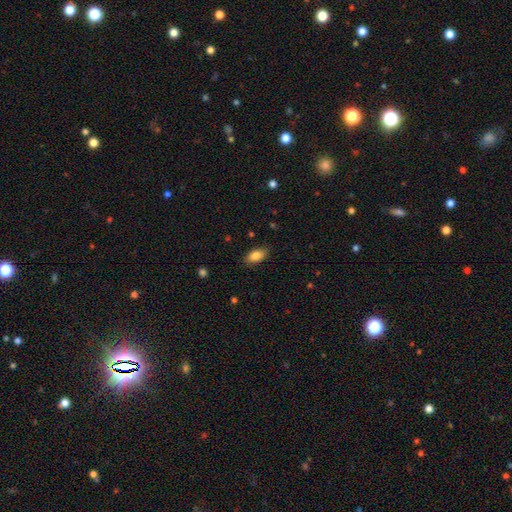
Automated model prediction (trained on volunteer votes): Morphology: type=smooth (84%); roundness=in between (89%); merging=none (86%).